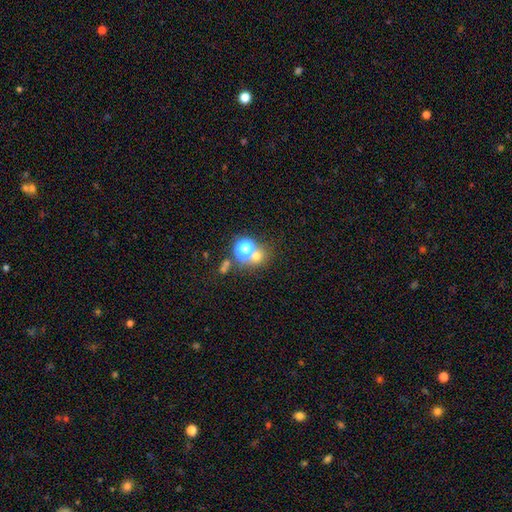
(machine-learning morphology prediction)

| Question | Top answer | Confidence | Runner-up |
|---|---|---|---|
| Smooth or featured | smooth | 61% | star or artifact (30%) |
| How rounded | round | 80% | in between (19%) |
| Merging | none | 56% | merger (30%) |